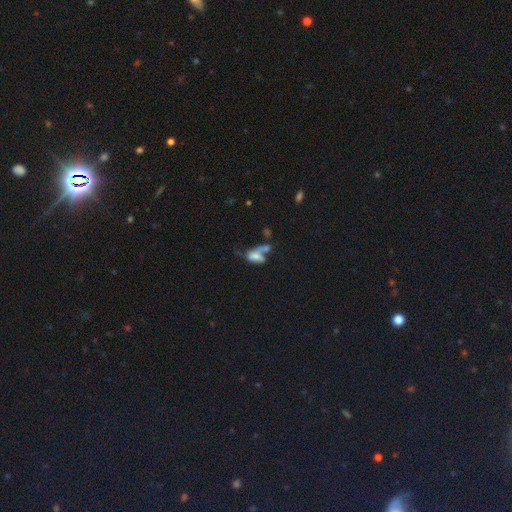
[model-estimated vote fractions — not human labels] smooth 53%, featured or disk 33%, star or artifact 14%. Down the decision tree: how rounded — in between (80%); merging — merger (46%).